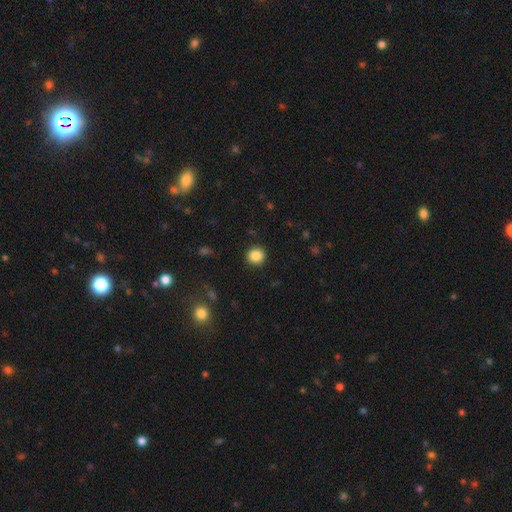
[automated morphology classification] This appears to be a smooth galaxy with no disk features (86%) that is round (90%). Merging: none (91%).